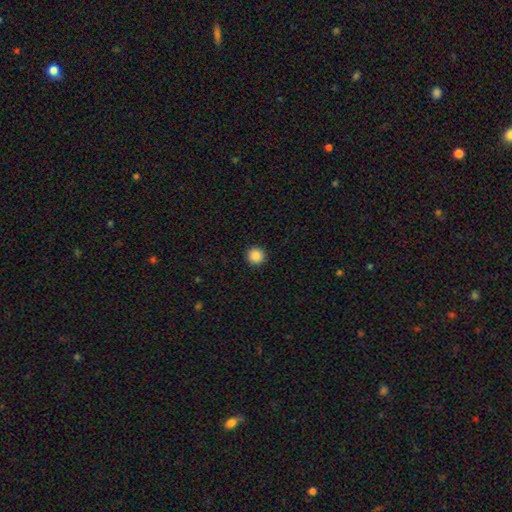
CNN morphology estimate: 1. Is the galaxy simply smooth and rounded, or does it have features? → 88% smooth, 9% star or artifact, 3% featured or disk.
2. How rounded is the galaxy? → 95% round, 4% in between, 1% cigar-shaped.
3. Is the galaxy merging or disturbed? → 93% none, 4% minor disturbance, 2% major disturbance, 1% merger.